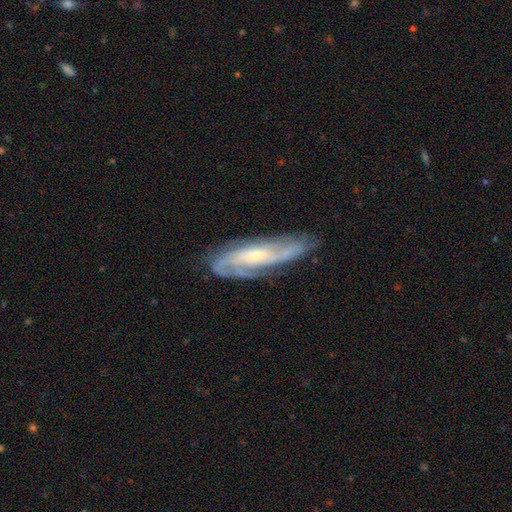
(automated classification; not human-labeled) Smooth or featured: featured or disk — 84% (smooth — 10%)
Edge-on disk: no — 82% (yes — 18%)
Bar: no — 53% (weak — 32%)
Spiral arms: yes — 96% (no — 4%)
Spiral winding: medium — 43% (tight — 40%)
Spiral arm count: 2 — 46% (can't tell — 20%)
Bulge size: small — 70% (moderate — 26%)
Merging: none — 74% (minor disturbance — 18%)